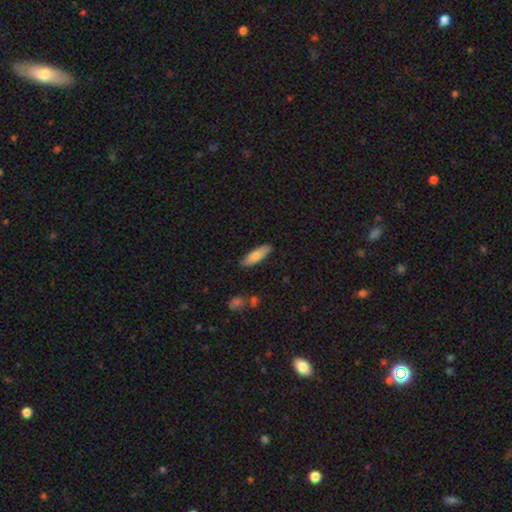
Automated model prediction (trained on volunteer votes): smooth 81%, featured or disk 13%, star or artifact 6%. Down the decision tree: how rounded — cigar-shaped (55%); merging — none (86%).